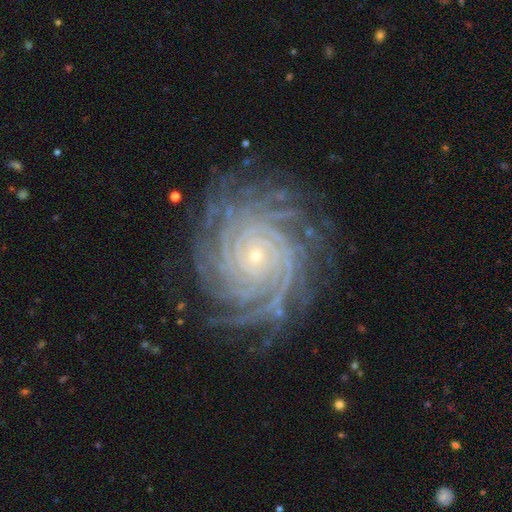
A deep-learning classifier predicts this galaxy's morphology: smooth-or-featured: featured or disk: 92% | star or artifact: 5% | smooth: 3%
  disk-edge-on: no: 98% | yes: 2%
    bar: no: 75% | weak: 16% | strong: 9%
    has-spiral-arms: yes: 99% | no: 1%
      spiral-winding: tight: 88% | medium: 10% | loose: 2%
      spiral-arm-count: more than 4: 46% | 4: 17% | can't tell: 12% | 3: 9% | 2: 8% | 1: 8%
    bulge-size: small: 85% | moderate: 11% | large: 1% | none: 1% | dominant: 1%
  merging: none: 83% | minor disturbance: 12% | major disturbance: 4% | merger: 1%